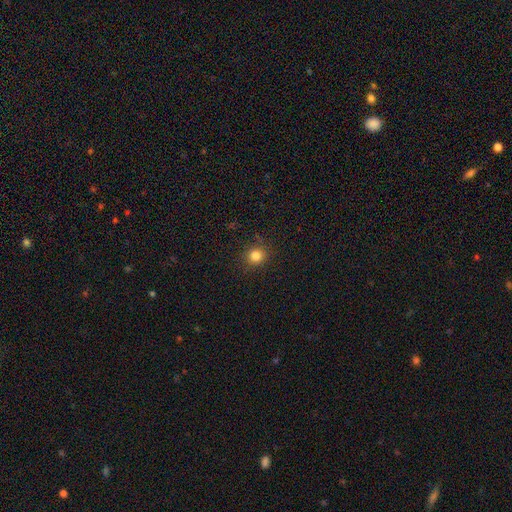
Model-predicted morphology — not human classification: The model was most divided on "smooth or featured": smooth: 82%, star or artifact: 13%, featured or disk: 5%. More confident: merging — none (88%); how rounded — round (87%).